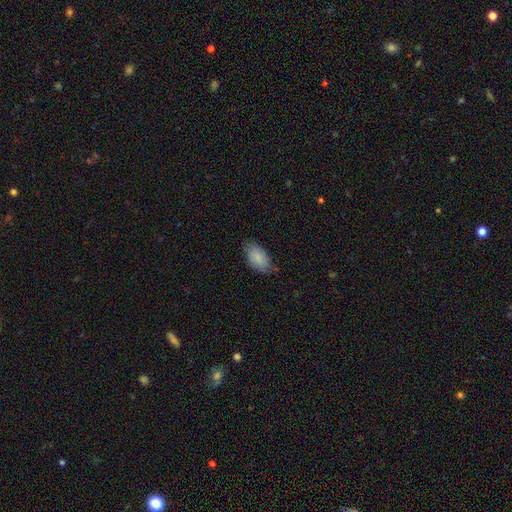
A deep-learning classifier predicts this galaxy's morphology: Smooth or featured?
  - smooth: 83% *
  - featured or disk: 11%
  - star or artifact: 6%
How rounded?
  - in between: 94% *
  - round: 4%
  - cigar-shaped: 3%
Merging?
  - none: 72% *
  - minor disturbance: 23%
  - major disturbance: 4%
  - merger: 1%